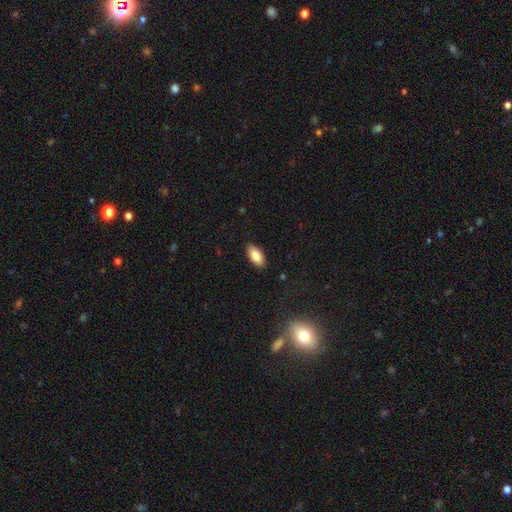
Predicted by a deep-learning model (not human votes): This appears to be a smooth galaxy with no disk features (84%) that is in between round and cigar-shaped (91%). Merging: none (88%).